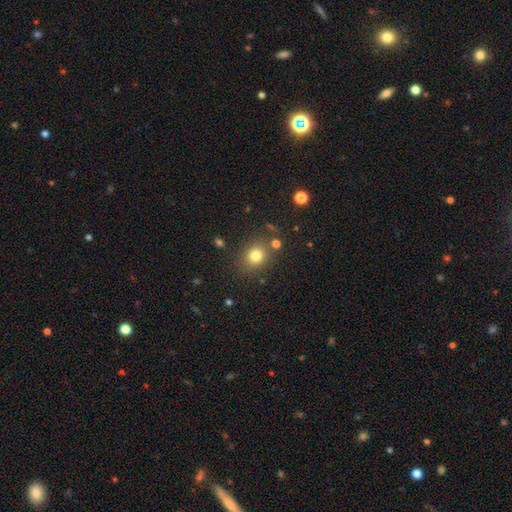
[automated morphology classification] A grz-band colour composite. It shows a smooth galaxy with no disk features (78%) that is round (71%). Merging: none (81%).